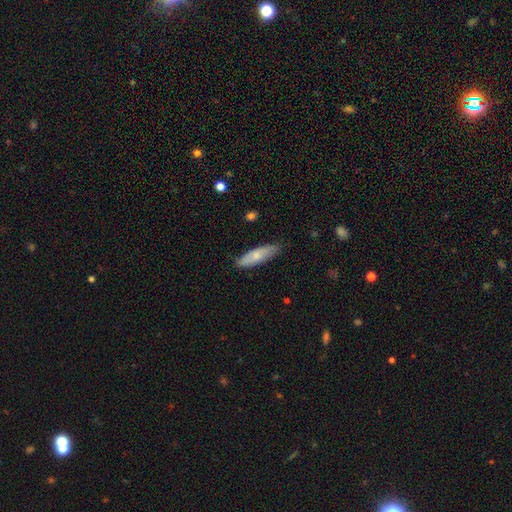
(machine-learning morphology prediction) A smooth galaxy with no disk features (69%) that is cigar-shaped (51%).

Vote fractions:
- Smooth or featured? smooth: 69% / featured or disk: 25% / star or artifact: 6%
- How rounded? cigar-shaped: 51% / in between: 47% / round: 2%
- Merging? none: 81% / minor disturbance: 15% / major disturbance: 2% / merger: 1%